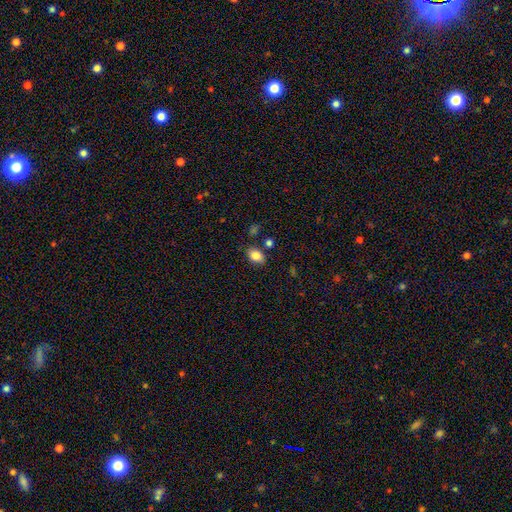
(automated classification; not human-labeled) A smooth galaxy with no disk features (84%) that is in between round and cigar-shaped (78%).

Vote fractions:
- Smooth or featured? smooth: 84% / star or artifact: 9% / featured or disk: 7%
- How rounded? in between: 78% / round: 21% / cigar-shaped: 1%
- Merging? none: 79% / minor disturbance: 12% / merger: 5% / major disturbance: 3%